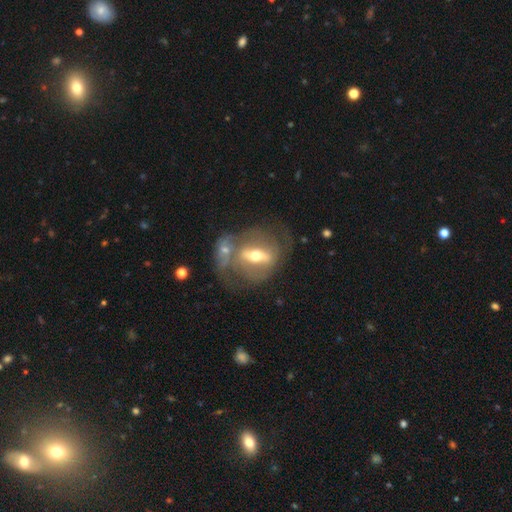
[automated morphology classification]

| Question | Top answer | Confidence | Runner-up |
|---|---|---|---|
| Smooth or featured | featured or disk | 72% | smooth (22%) |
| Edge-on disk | no | 86% | yes (14%) |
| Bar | strong | 55% | weak (30%) |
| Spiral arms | no | 53% | yes (47%) |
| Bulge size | moderate | 70% | small (20%) |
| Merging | merger | 38% | none (32%) |